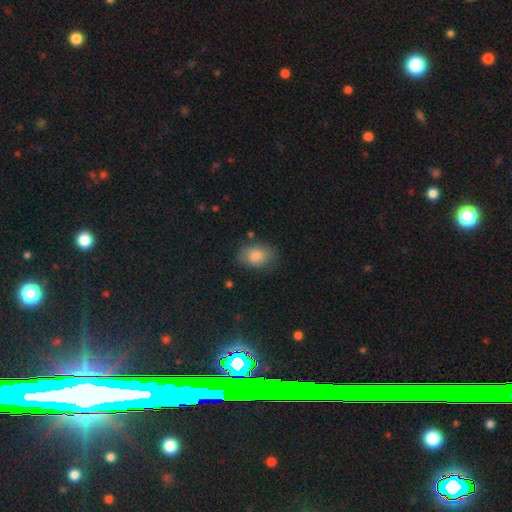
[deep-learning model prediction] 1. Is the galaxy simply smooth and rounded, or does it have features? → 78% smooth, 11% star or artifact, 11% featured or disk.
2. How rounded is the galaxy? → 81% in between, 18% round, 1% cigar-shaped.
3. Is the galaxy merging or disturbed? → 74% none, 19% minor disturbance, 5% major disturbance, 2% merger.